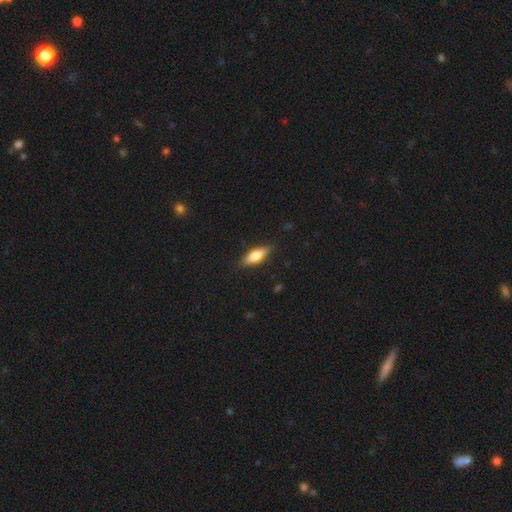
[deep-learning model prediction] smooth-or-featured: smooth: 62% | featured or disk: 31% | star or artifact: 7%
  how-rounded: in between: 55% | cigar-shaped: 42% | round: 3%
  merging: none: 86% | minor disturbance: 11% | major disturbance: 2% | merger: 1%